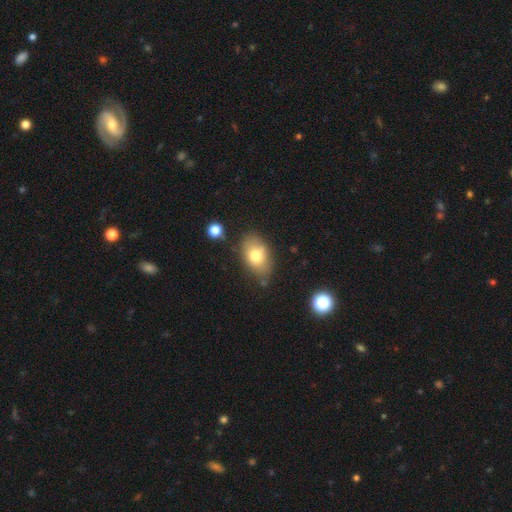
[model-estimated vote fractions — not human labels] smooth-or-featured: smooth: 75% | featured or disk: 16% | star or artifact: 9%
  how-rounded: in between: 87% | round: 11% | cigar-shaped: 2%
  merging: none: 69% | minor disturbance: 20% | merger: 5% | major disturbance: 5%